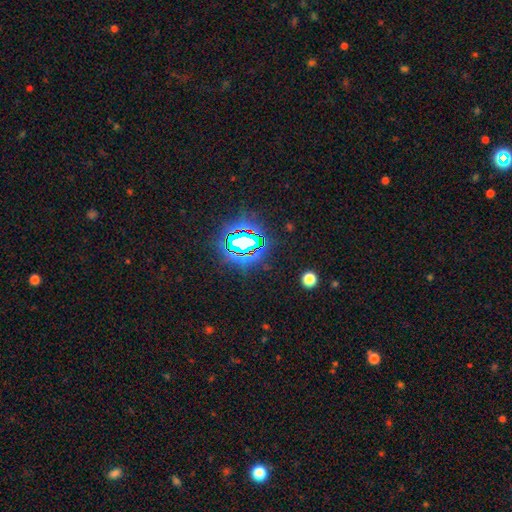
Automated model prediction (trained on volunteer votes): smooth_or_featured: star or artifact (p=0.84) [alt: smooth p=0.09]